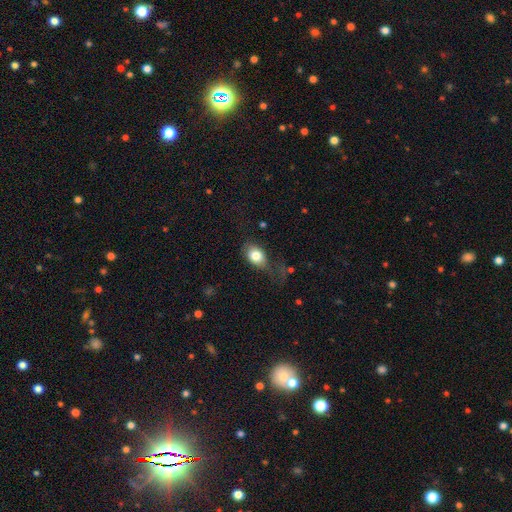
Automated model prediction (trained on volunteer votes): smooth_or_featured: smooth (p=0.79) [alt: featured or disk p=0.13]
how_rounded: in between (p=0.70) [alt: round p=0.28]
merging: none (p=0.48) [alt: minor disturbance p=0.26]